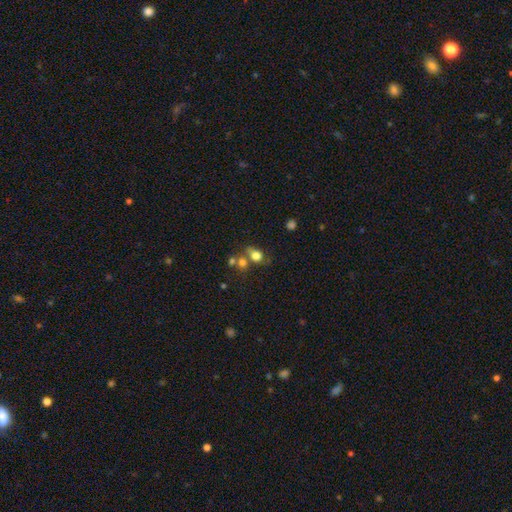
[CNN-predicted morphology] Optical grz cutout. It shows a smooth galaxy with no disk features (76%) that is round (57%). Merging: none (45%).